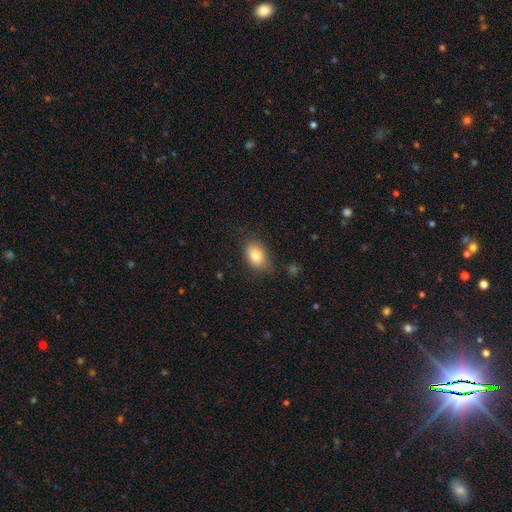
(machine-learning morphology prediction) smooth-or-featured: smooth: 83% | featured or disk: 9% | star or artifact: 8%
  how-rounded: in between: 84% | round: 15% | cigar-shaped: 2%
  merging: none: 74% | minor disturbance: 20% | major disturbance: 5% | merger: 2%